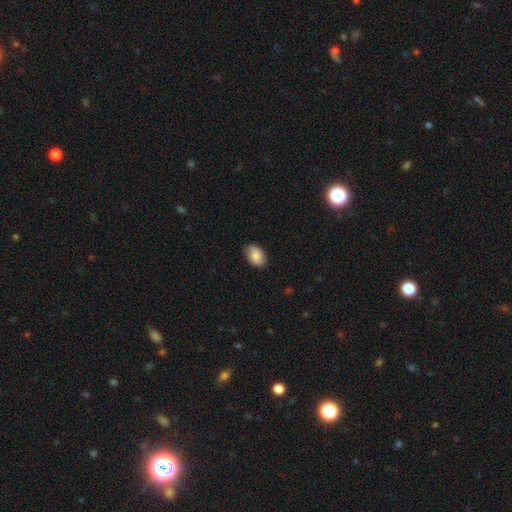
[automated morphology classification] Q: Smooth or featured?
A: smooth (82%); runner-up: featured or disk (11%)
Q: How rounded?
A: in between (90%); runner-up: round (9%)
Q: Merging?
A: none (81%); runner-up: minor disturbance (15%)